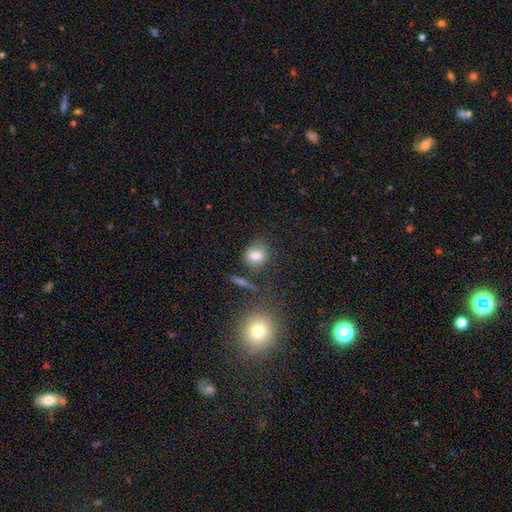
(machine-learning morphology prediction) Q: Smooth or featured?
A: smooth (77%); runner-up: star or artifact (12%)
Q: How rounded?
A: round (66%); runner-up: in between (32%)
Q: Merging?
A: none (72%); runner-up: minor disturbance (16%)